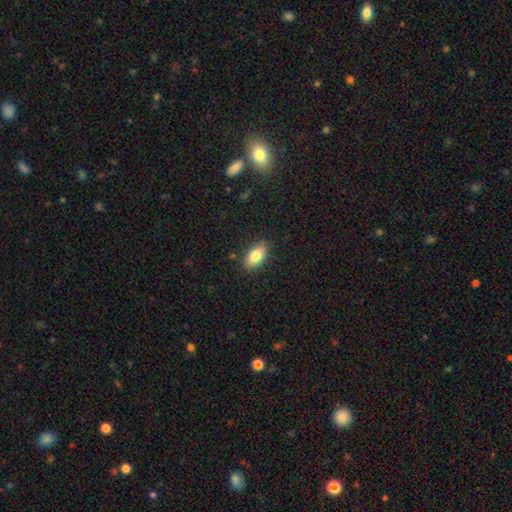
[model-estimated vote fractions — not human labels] smooth 81%, featured or disk 12%, star or artifact 8%. Down the decision tree: how rounded — in between (90%); merging — none (86%).